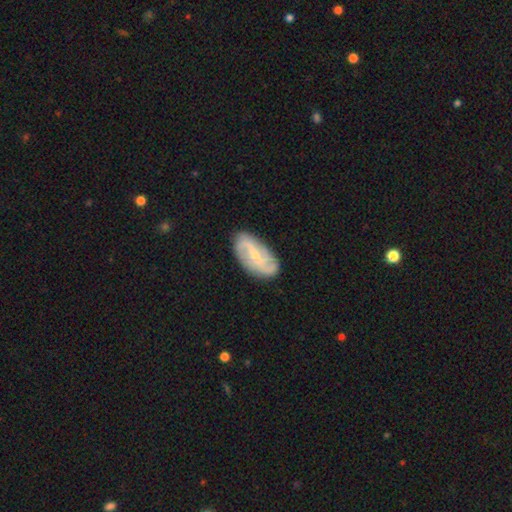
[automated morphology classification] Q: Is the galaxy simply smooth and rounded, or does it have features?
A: featured or disk — 77%.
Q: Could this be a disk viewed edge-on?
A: no — 95%.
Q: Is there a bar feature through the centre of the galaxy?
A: weak — 46%.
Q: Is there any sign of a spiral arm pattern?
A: yes — 91%.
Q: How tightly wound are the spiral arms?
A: loose — 39%.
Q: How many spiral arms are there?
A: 2 — 65%.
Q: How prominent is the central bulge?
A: small — 70%.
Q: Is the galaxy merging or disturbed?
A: none — 81%.